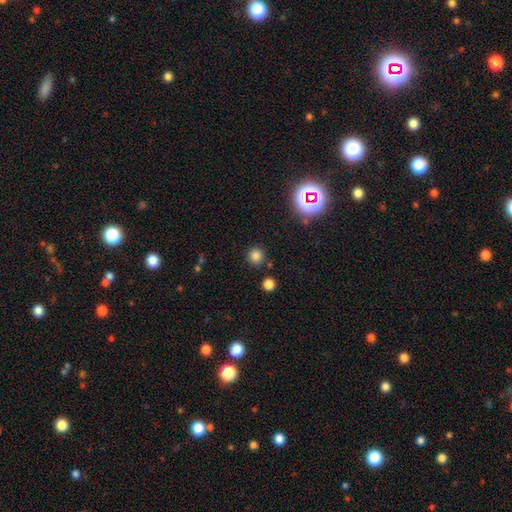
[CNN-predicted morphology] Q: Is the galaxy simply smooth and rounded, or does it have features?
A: smooth — 79%.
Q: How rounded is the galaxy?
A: round — 93%.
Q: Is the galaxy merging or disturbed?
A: none — 85%.